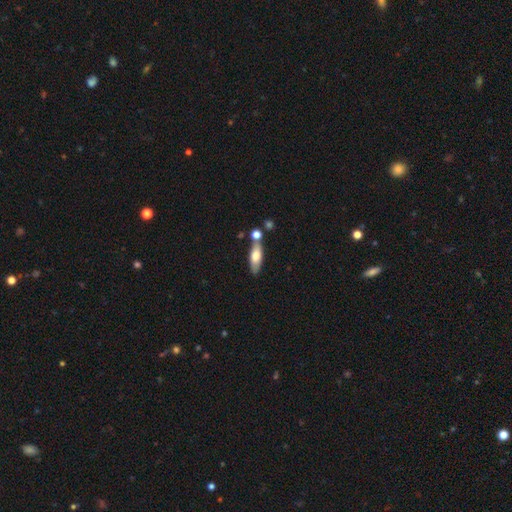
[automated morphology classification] This appears to be a smooth galaxy with no disk features (67%) that is in between round and cigar-shaped (63%). Merging: none (64%).